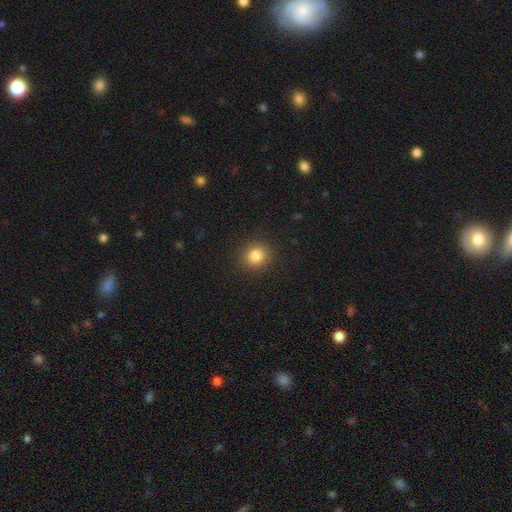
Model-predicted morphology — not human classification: Smooth or featured: smooth — 84% (star or artifact — 11%)
How rounded: round — 90% (in between — 9%)
Merging: none — 91% (minor disturbance — 6%)